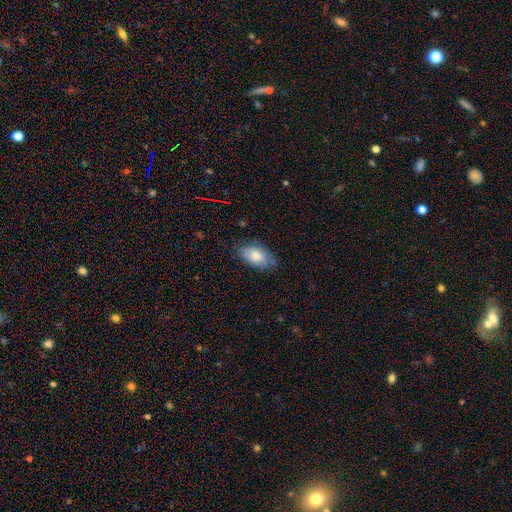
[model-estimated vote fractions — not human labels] A smooth galaxy with no disk features (79%) that is in between round and cigar-shaped (93%). Merging: none (72%).